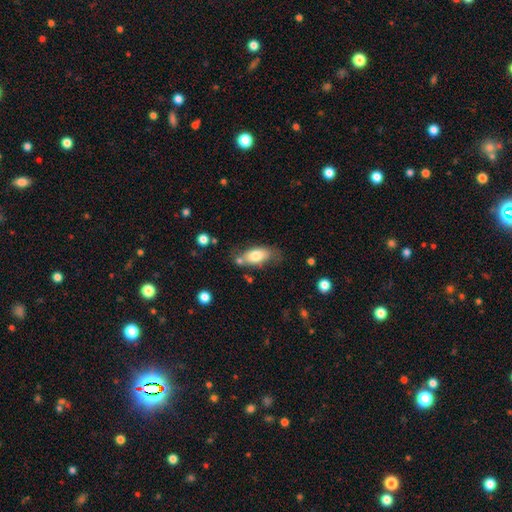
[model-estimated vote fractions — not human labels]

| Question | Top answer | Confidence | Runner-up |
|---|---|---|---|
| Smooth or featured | smooth | 75% | featured or disk (18%) |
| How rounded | in between | 88% | cigar-shaped (9%) |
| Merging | none | 61% | minor disturbance (22%) |